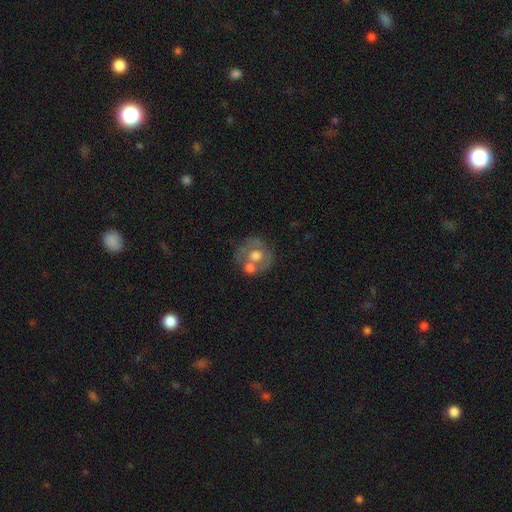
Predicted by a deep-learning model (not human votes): A featured or disk galaxy (50%). Merging: none (47%).